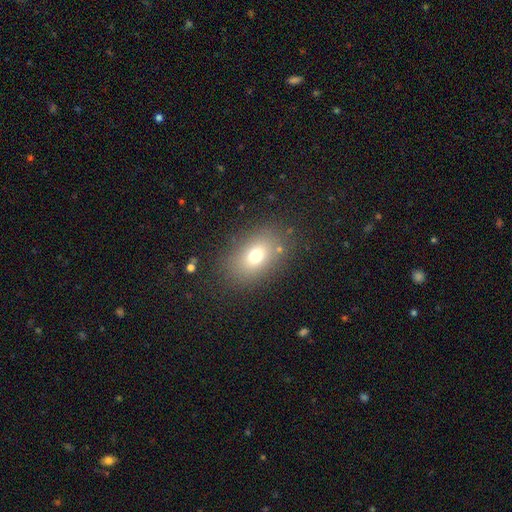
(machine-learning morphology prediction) smooth 71%, featured or disk 15%, star or artifact 14%. Down the decision tree: how rounded — in between (75%); merging — none (81%).